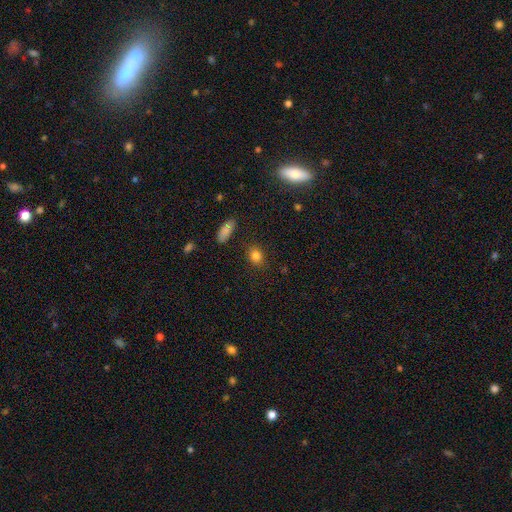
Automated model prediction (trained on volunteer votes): Smooth or featured? Predicted: smooth (p=0.82). How rounded? Predicted: in between (p=0.51). Merging? Predicted: none (p=0.86).